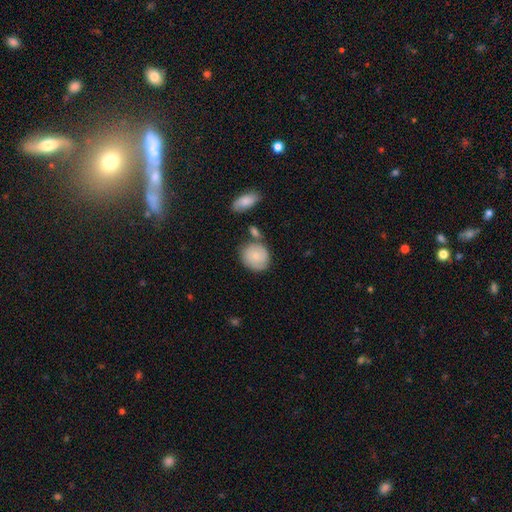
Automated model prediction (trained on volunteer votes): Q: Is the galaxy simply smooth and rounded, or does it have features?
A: smooth — 79%.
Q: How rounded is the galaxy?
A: round — 78%.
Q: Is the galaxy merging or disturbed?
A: none — 62%.